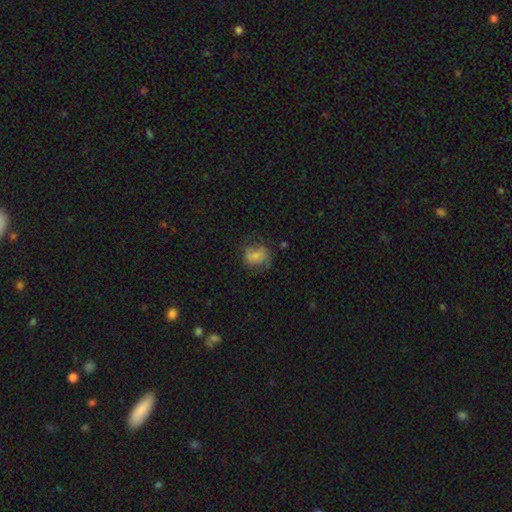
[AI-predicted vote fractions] This appears to be a smooth galaxy with no disk features (65%) that is round (55%). Merging: none (55%).